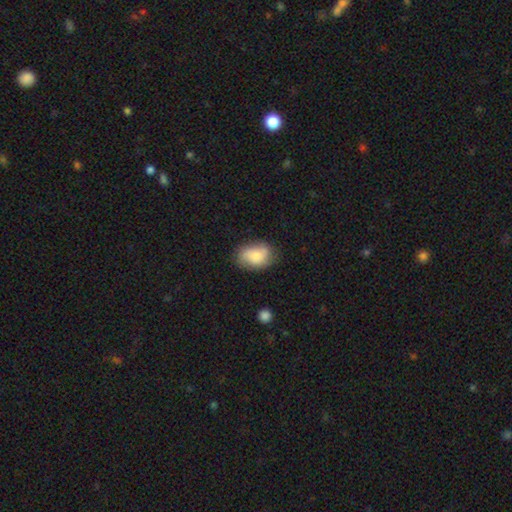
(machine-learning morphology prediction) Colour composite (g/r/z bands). It shows a smooth galaxy with no disk features (65%) that is in between round and cigar-shaped (75%). Merging: none (70%).